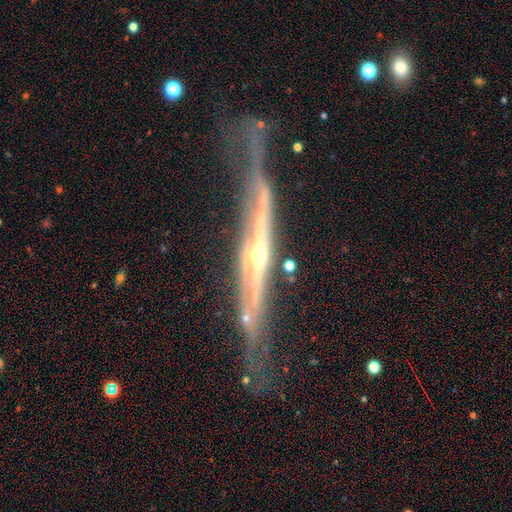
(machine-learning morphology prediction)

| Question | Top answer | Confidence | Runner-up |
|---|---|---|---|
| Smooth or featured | featured or disk | 87% | smooth (8%) |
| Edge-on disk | yes | 90% | no (10%) |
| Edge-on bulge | rounded | 76% | none (18%) |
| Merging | none | 54% | minor disturbance (28%) |